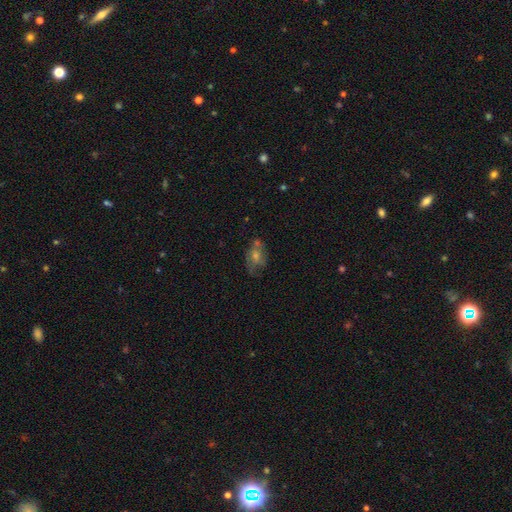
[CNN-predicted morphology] A featured or disk galaxy (53%). Merging: none (58%).